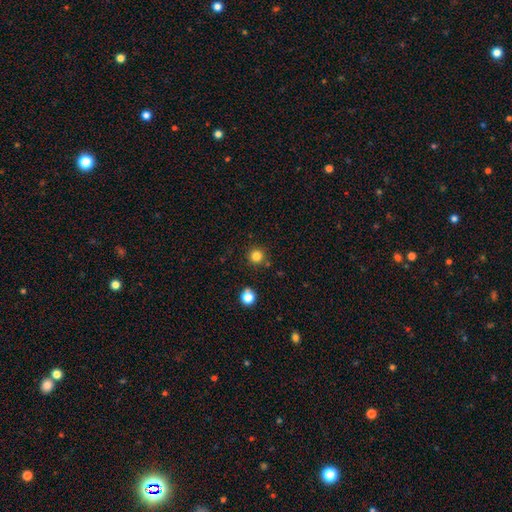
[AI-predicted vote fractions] Smooth or featured?
  - smooth: 82% *
  - star or artifact: 14%
  - featured or disk: 5%
How rounded?
  - round: 95% *
  - in between: 4%
  - cigar-shaped: 1%
Merging?
  - none: 87% *
  - minor disturbance: 7%
  - merger: 4%
  - major disturbance: 2%